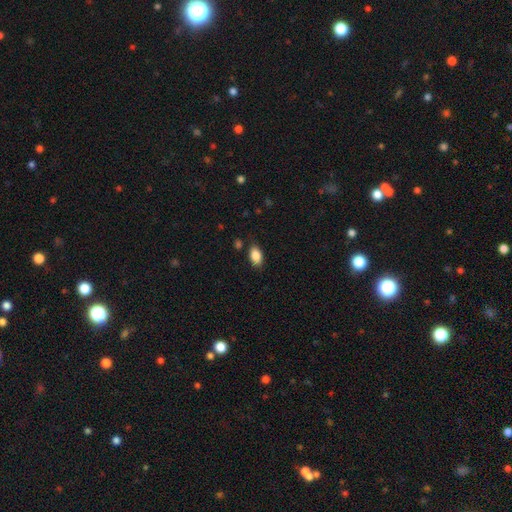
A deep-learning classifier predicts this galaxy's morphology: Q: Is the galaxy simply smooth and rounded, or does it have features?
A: smooth — 86%.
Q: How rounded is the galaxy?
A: in between — 91%.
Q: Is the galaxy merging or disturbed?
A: none — 82%.